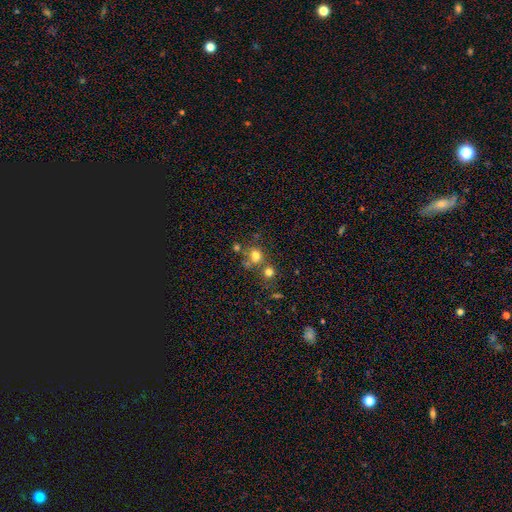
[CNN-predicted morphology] type=smooth (68%); roundness=round (76%); merging=none (49%).